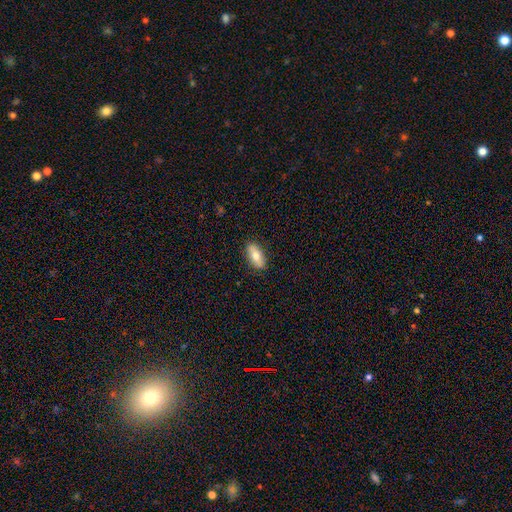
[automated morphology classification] smooth-or-featured: smooth: 71% | featured or disk: 22% | star or artifact: 6%
  how-rounded: in between: 85% | cigar-shaped: 12% | round: 3%
  merging: none: 86% | minor disturbance: 11% | major disturbance: 2% | merger: 1%